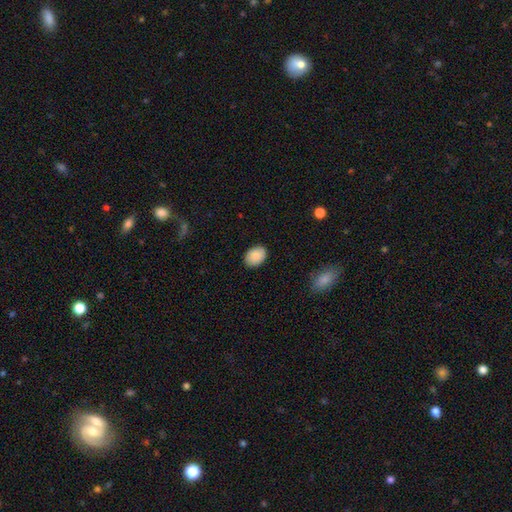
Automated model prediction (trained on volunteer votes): This appears to be a smooth galaxy with no disk features (88%) that is in between round and cigar-shaped (76%). Merging: none (88%).